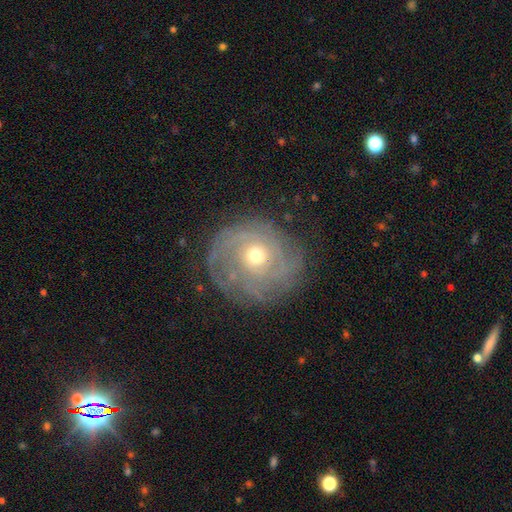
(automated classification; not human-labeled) Smooth or featured: featured or disk — 77% (smooth — 15%)
Edge-on disk: no — 97% (yes — 3%)
Bar: no — 82% (weak — 15%)
Spiral arms: yes — 88% (no — 12%)
Spiral winding: tight — 71% (medium — 21%)
Spiral arm count: can't tell — 44% (3 — 16%)
Bulge size: moderate — 54% (small — 42%)
Merging: none — 75% (minor disturbance — 15%)